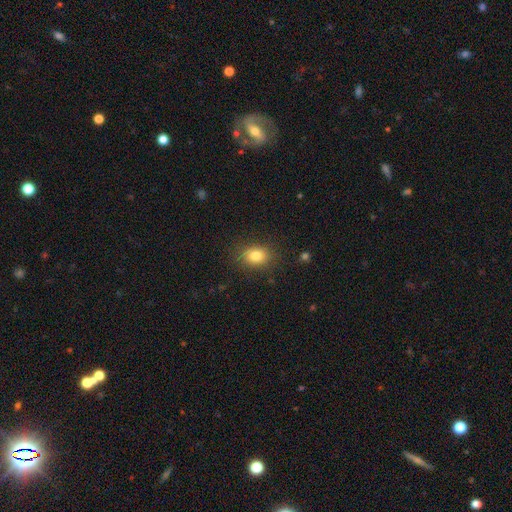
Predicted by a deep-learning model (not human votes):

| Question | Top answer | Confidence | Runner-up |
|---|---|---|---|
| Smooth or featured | smooth | 82% | star or artifact (10%) |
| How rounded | in between | 65% | round (34%) |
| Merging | none | 85% | minor disturbance (10%) |